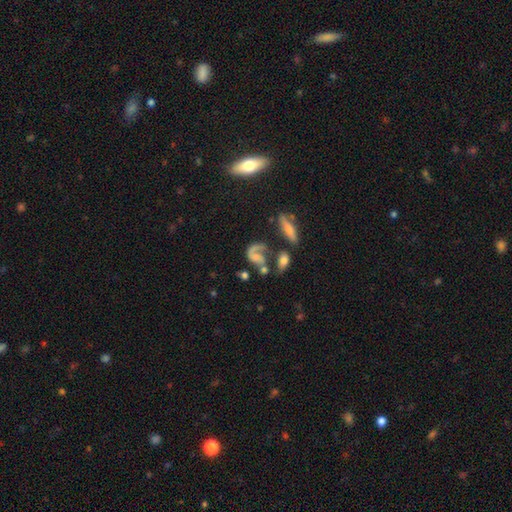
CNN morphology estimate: This appears to be a featured or disk galaxy (67%) with no bar (66%), 1 (59%) loose (44%) spiral arms (84%) and a small central bulge (36%). Merging: none (35%).